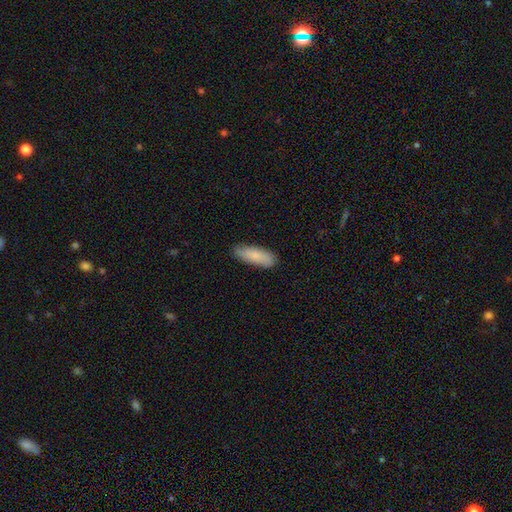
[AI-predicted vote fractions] smooth 84%, featured or disk 10%, star or artifact 6%. Down the decision tree: how rounded — in between (61%); merging — none (84%).